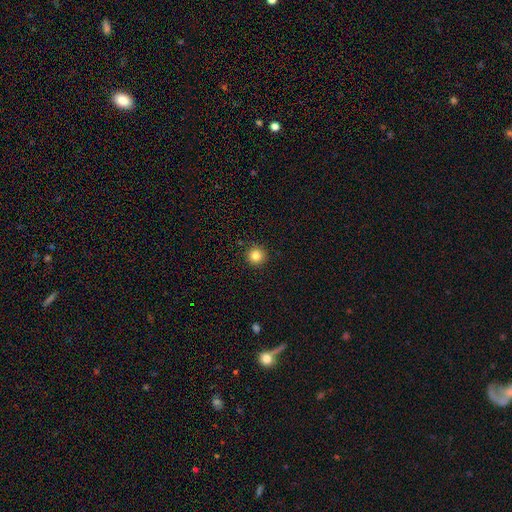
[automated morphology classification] Overall: smooth (84%). How rounded: round (96%). Merging: none (92%).